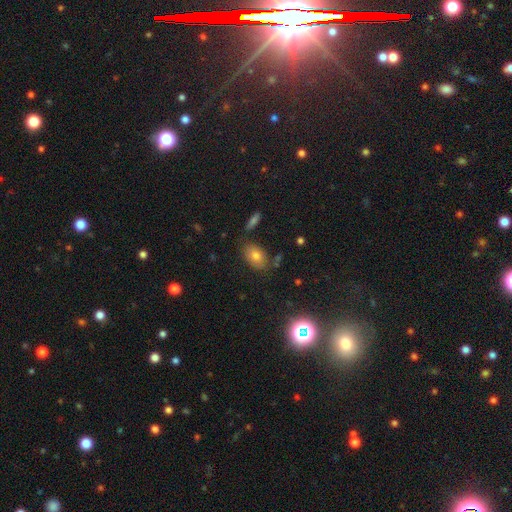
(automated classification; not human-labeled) smooth-or-featured: smooth: 73% | featured or disk: 14% | star or artifact: 13%
  how-rounded: in between: 85% | round: 14% | cigar-shaped: 2%
  merging: none: 77% | minor disturbance: 15% | merger: 5% | major disturbance: 4%